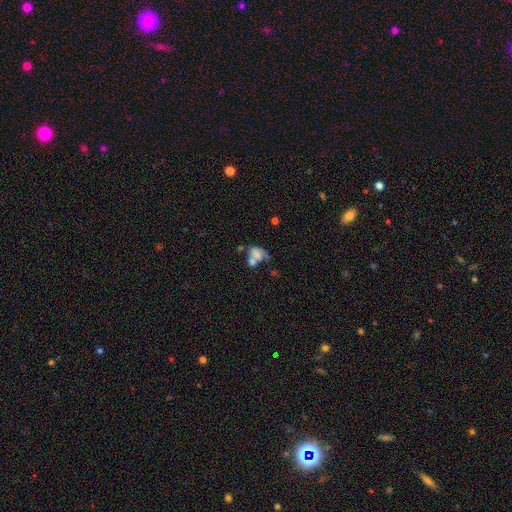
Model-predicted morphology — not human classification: smooth 65%, featured or disk 23%, star or artifact 12%. Down the decision tree: how rounded — in between (76%); merging — merger (51%).